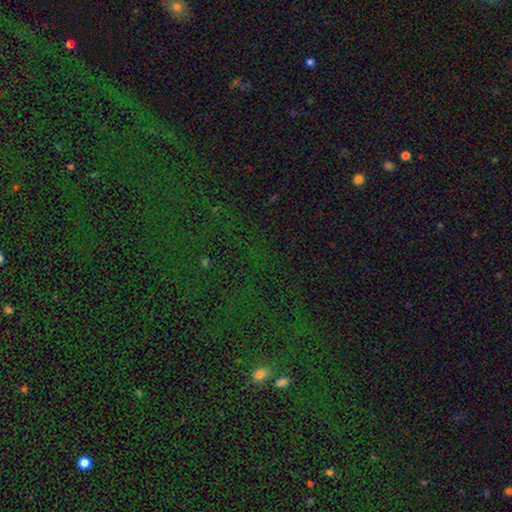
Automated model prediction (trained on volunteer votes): Q: Smooth or featured?
A: star or artifact (81%); runner-up: smooth (12%)